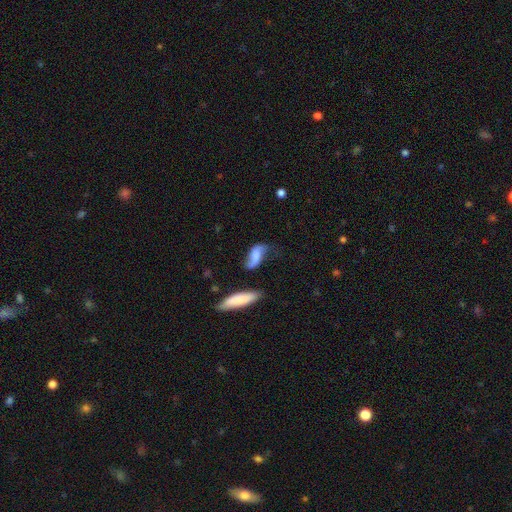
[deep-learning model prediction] featured or disk 47%, smooth 44%, star or artifact 9%. Down the decision tree: merging — none (49%).